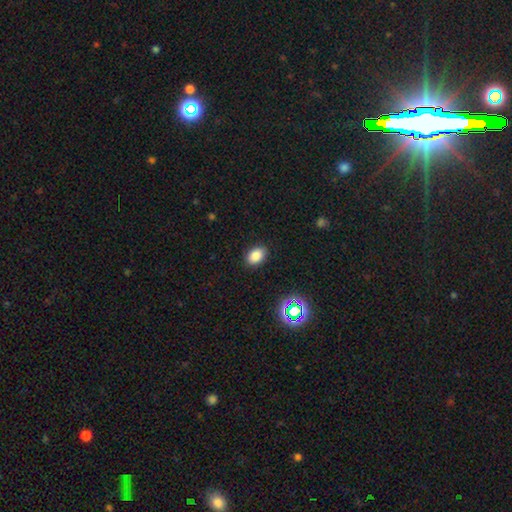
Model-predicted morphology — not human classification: This is clearly a smooth galaxy (83%). How rounded: clearly in between (84%). Merging: clearly none (88%).